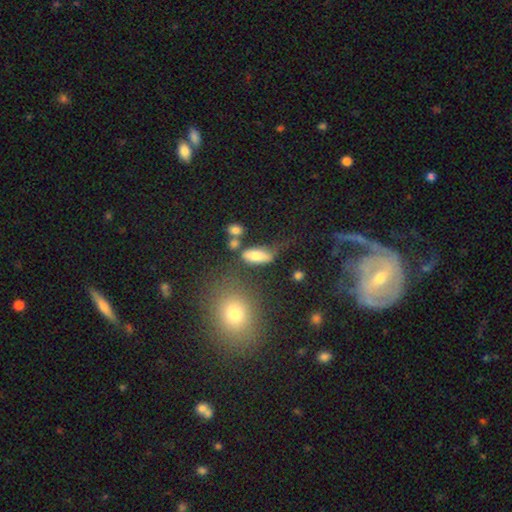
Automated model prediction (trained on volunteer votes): Smooth or featured? Predicted: smooth (p=0.73). How rounded? Predicted: in between (p=0.81). Merging? Predicted: none (p=0.48).